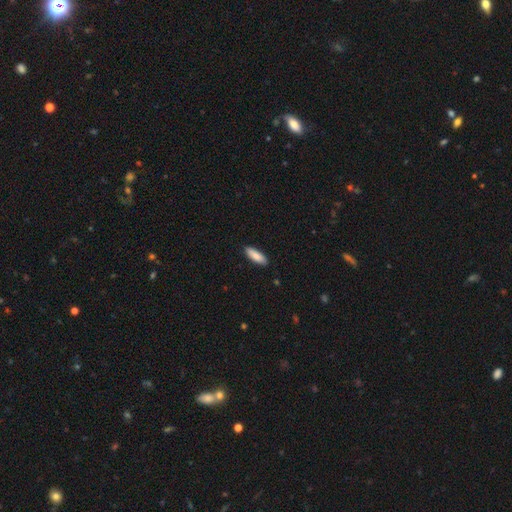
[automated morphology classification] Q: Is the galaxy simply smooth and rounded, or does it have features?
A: smooth — 85%.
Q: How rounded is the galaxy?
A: in between — 55%.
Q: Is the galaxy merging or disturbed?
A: none — 89%.